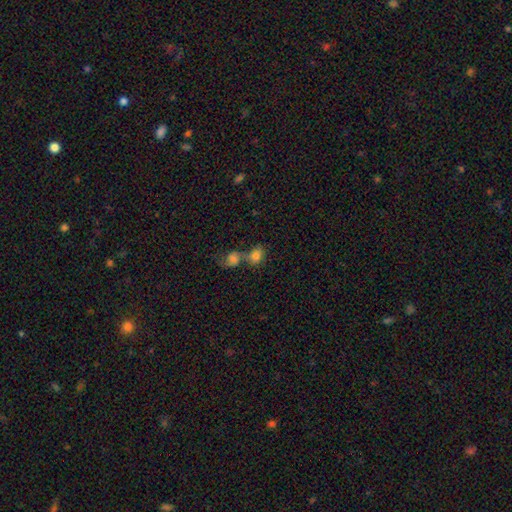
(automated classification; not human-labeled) A smooth galaxy with no disk features (77%) that is round (52%).

Vote fractions:
- Smooth or featured? smooth: 77% / featured or disk: 13% / star or artifact: 10%
- How rounded? round: 52% / in between: 46% / cigar-shaped: 2%
- Merging? merger: 59% / none: 28% / minor disturbance: 8% / major disturbance: 5%